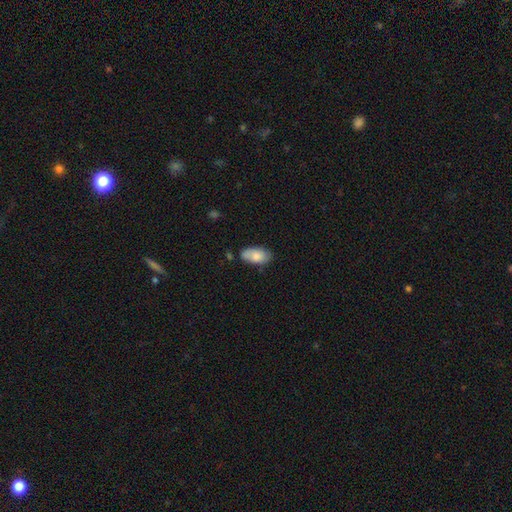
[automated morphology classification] A smooth galaxy with no disk features (79%) that is in between round and cigar-shaped (93%).

Vote fractions:
- Smooth or featured? smooth: 79% / featured or disk: 15% / star or artifact: 6%
- How rounded? in between: 93% / cigar-shaped: 4% / round: 3%
- Merging? none: 69% / minor disturbance: 22% / merger: 5% / major disturbance: 4%